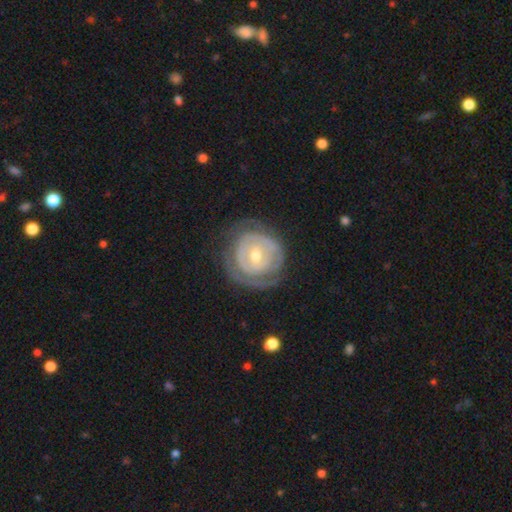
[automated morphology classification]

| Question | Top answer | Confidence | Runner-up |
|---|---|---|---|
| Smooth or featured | featured or disk | 76% | smooth (19%) |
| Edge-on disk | no | 97% | yes (3%) |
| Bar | no | 56% | weak (33%) |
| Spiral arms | yes | 70% | no (30%) |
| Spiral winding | tight | 76% | medium (16%) |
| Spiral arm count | can't tell | 46% | 2 (28%) |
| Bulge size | moderate | 53% | small (43%) |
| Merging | none | 67% | minor disturbance (19%) |